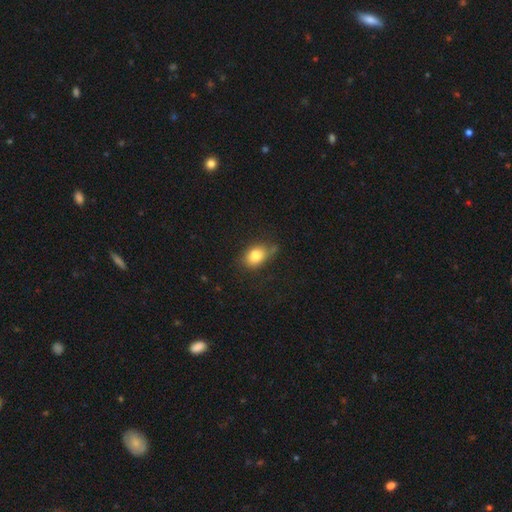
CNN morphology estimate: A smooth galaxy with no disk features (81%) that is in between round and cigar-shaped (70%).

Vote fractions:
- Smooth or featured? smooth: 81% / featured or disk: 10% / star or artifact: 9%
- How rounded? in between: 70% / round: 29% / cigar-shaped: 2%
- Merging? none: 62% / minor disturbance: 27% / major disturbance: 7% / merger: 4%